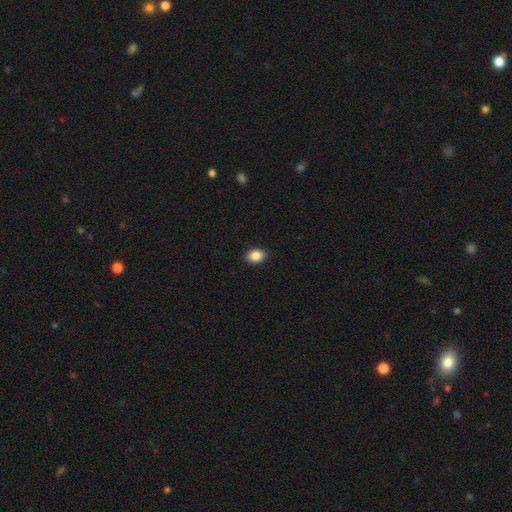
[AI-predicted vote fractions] smooth_or_featured: smooth (p=0.87) [alt: star or artifact p=0.08]
how_rounded: in between (p=0.70) [alt: round p=0.29]
merging: none (p=0.90) [alt: minor disturbance p=0.08]